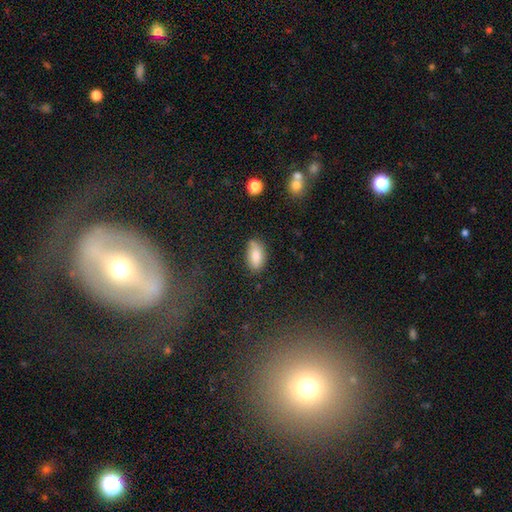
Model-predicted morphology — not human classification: The model was most divided on "merging": none: 73%, minor disturbance: 20%, major disturbance: 4%, merger: 3%. More confident: how rounded — in between (91%); smooth or featured — smooth (82%).